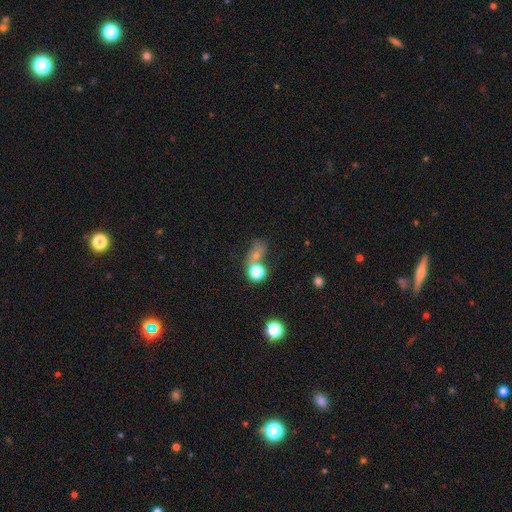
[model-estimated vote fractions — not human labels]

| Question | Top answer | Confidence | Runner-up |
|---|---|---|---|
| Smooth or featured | smooth | 59% | star or artifact (26%) |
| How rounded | round | 67% | in between (30%) |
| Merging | none | 40% | merger (37%) |